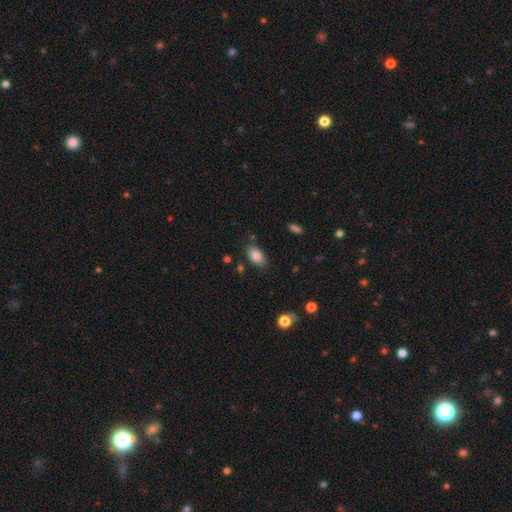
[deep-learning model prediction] Overall: smooth (84%). How rounded: in between (91%). Merging: none (80%).